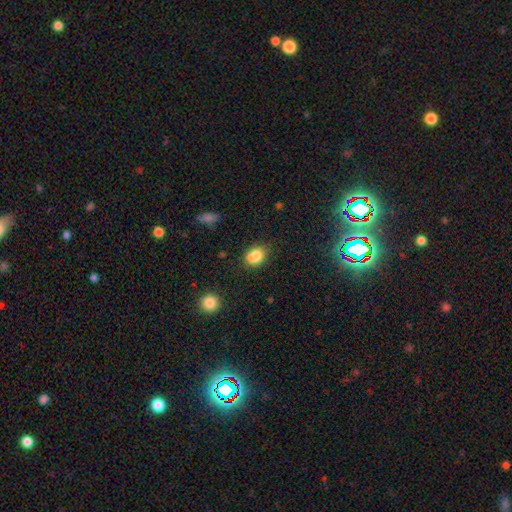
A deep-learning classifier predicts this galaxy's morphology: Smooth or featured: smooth — 84% (star or artifact — 10%)
How rounded: in between — 63% (round — 36%)
Merging: none — 73% (minor disturbance — 18%)